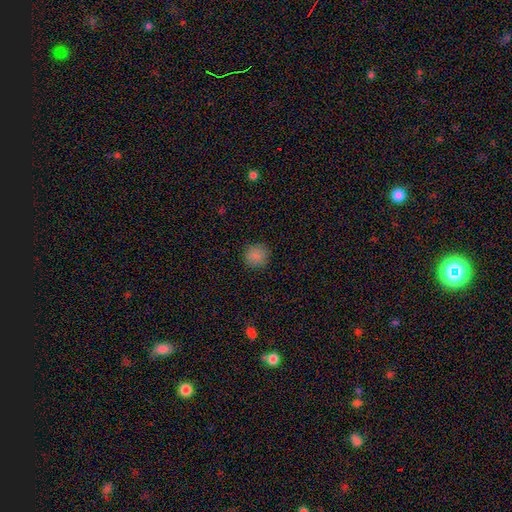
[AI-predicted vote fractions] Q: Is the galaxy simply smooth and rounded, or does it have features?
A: smooth — 84%.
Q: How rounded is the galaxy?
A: round — 92%.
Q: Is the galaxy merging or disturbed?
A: none — 90%.